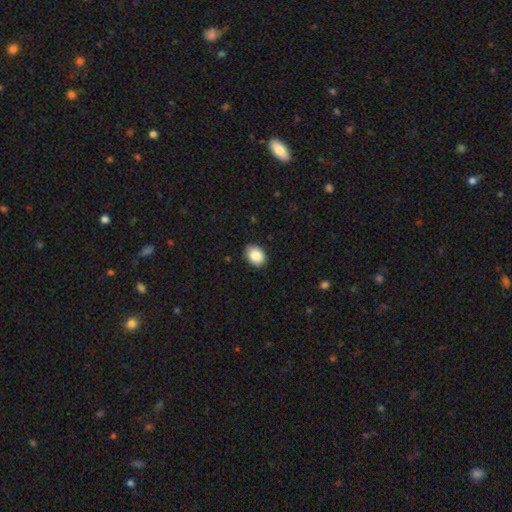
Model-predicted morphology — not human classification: This is clearly a smooth galaxy (88%). How rounded: likely in between (74%). Merging: clearly none (88%).